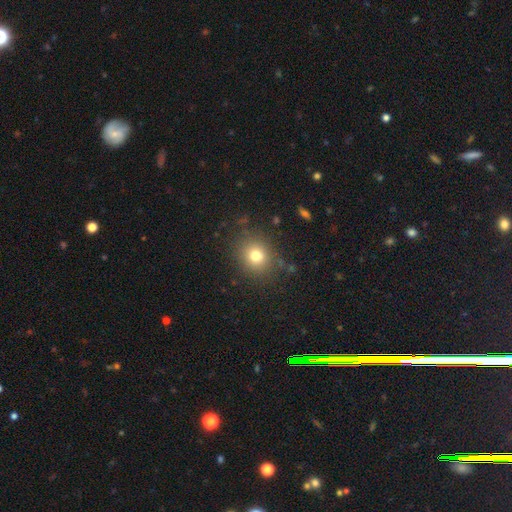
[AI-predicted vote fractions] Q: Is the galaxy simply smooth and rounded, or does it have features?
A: smooth — 75%.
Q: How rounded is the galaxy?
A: round — 79%.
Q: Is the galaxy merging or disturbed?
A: none — 85%.